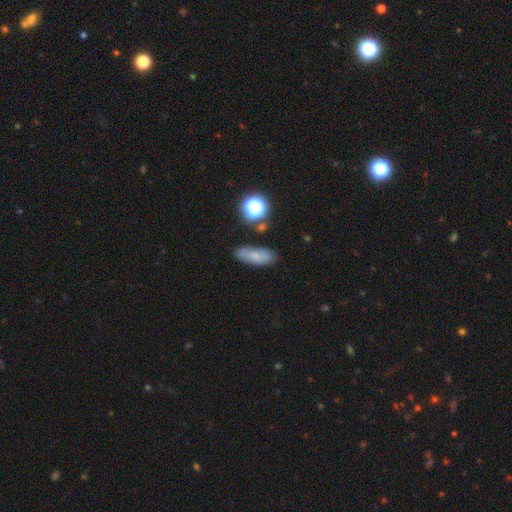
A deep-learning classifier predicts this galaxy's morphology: Overall: smooth (69%). How rounded: in between (69%). Merging: none (76%).